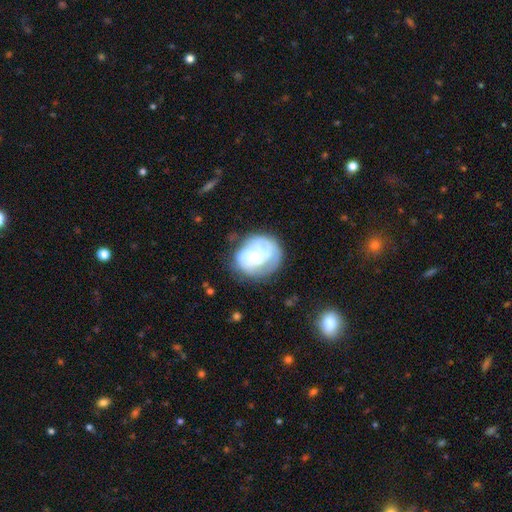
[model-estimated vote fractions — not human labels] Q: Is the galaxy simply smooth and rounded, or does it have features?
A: featured or disk — 62%.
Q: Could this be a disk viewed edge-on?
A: no — 98%.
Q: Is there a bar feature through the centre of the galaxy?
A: no — 78%.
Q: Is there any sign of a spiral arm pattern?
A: yes — 54%.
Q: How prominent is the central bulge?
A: small — 45%.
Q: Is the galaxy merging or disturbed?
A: none — 58%.